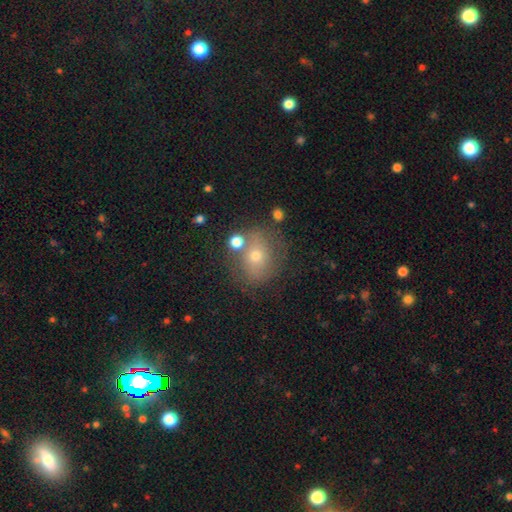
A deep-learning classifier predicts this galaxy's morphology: type=smooth (55%); roundness=round (74%); merging=none (67%).